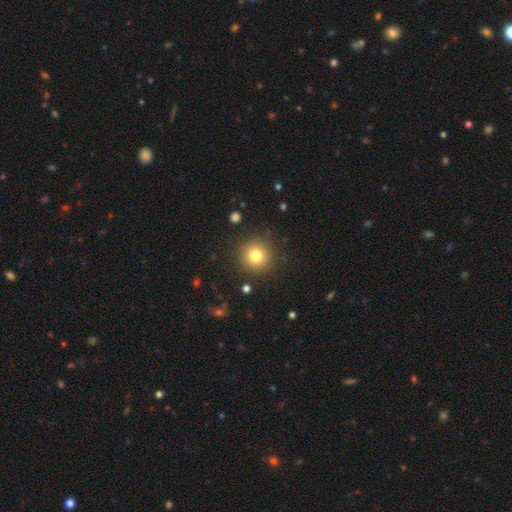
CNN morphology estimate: This appears to be a smooth galaxy with no disk features (78%) that is round (95%). Merging: none (89%).